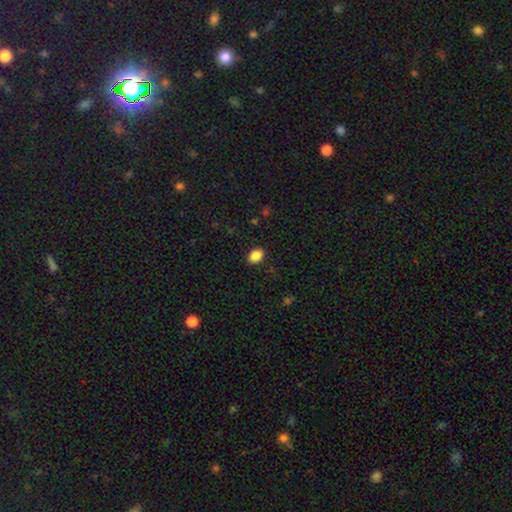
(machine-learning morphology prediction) Smooth or featured? Predicted: smooth (p=0.88). How rounded? Predicted: in between (p=0.73). Merging? Predicted: none (p=0.88).